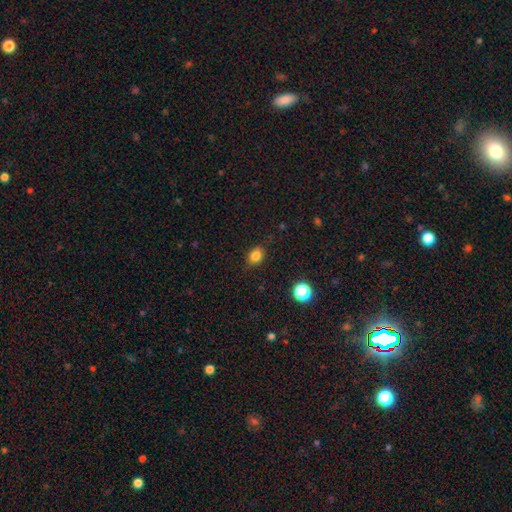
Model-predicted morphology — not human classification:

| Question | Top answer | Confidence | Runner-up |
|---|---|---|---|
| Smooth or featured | smooth | 82% | star or artifact (12%) |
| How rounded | in between | 54% | round (45%) |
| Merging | none | 86% | minor disturbance (11%) |